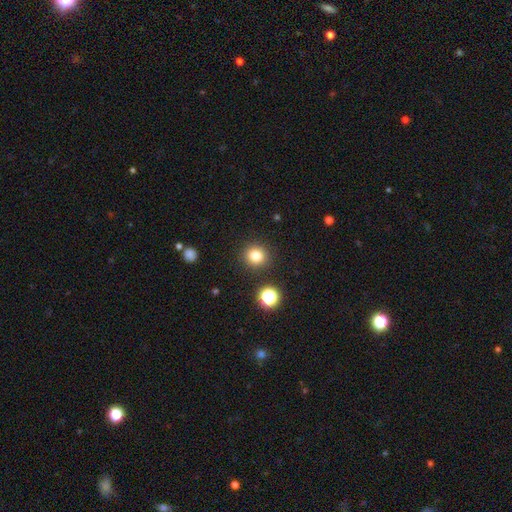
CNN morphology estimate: Smooth or featured?
  - smooth: 81% *
  - star or artifact: 13%
  - featured or disk: 6%
How rounded?
  - round: 90% *
  - in between: 9%
  - cigar-shaped: 1%
Merging?
  - none: 89% *
  - minor disturbance: 6%
  - major disturbance: 2%
  - merger: 2%